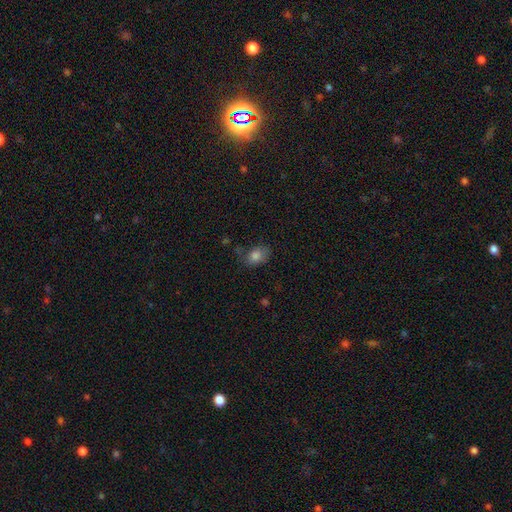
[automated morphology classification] Smooth or featured? smooth (80%)
How rounded? in between (75%)
Merging? none (56%)